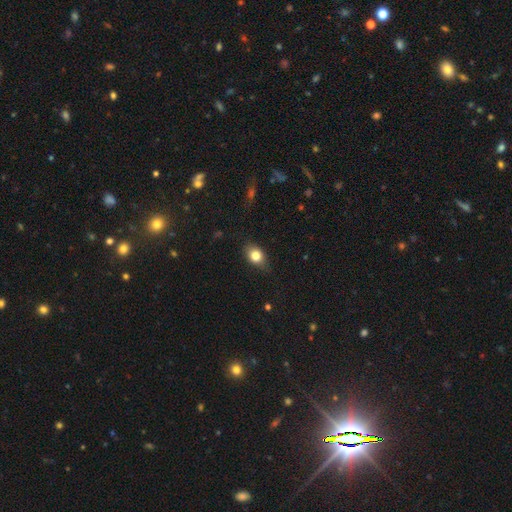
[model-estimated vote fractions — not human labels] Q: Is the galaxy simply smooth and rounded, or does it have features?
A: smooth — 79%.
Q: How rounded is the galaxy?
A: in between — 70%.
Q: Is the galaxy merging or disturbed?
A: none — 77%.